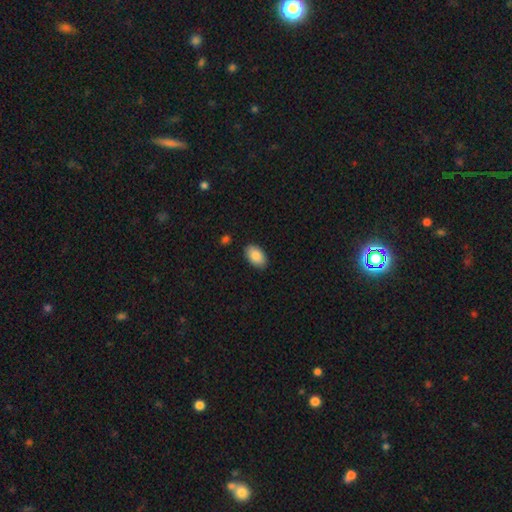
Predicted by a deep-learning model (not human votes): This appears to be a smooth galaxy with no disk features (89%) that is in between round and cigar-shaped (94%). Merging: none (88%).